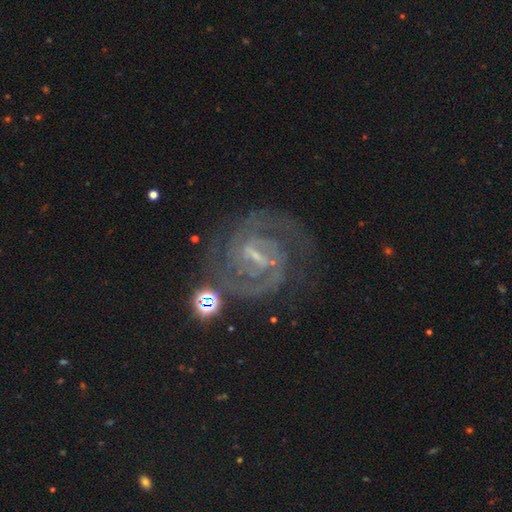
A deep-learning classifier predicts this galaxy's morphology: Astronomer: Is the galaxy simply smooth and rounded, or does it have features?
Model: featured or disk — 89%.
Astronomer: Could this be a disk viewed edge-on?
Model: no — 97%.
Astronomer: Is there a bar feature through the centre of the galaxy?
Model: strong — 51% (runner-up: weak, 41%).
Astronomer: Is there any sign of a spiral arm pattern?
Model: yes — 97%.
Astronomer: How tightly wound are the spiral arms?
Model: tight — 51% (runner-up: medium, 42%).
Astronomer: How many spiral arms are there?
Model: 2 — 74%.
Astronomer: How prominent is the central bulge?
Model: small — 61%.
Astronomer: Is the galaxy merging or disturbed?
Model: none — 72%.